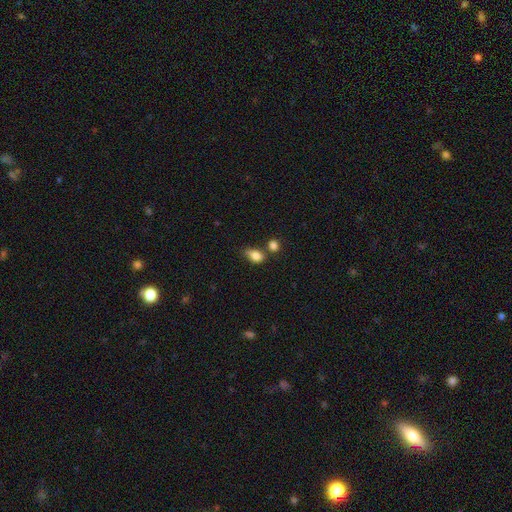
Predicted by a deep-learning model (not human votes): smooth-or-featured: smooth: 82% | star or artifact: 9% | featured or disk: 8%
  how-rounded: in between: 77% | round: 20% | cigar-shaped: 3%
  merging: none: 39% | minor disturbance: 28% | merger: 23% | major disturbance: 10%